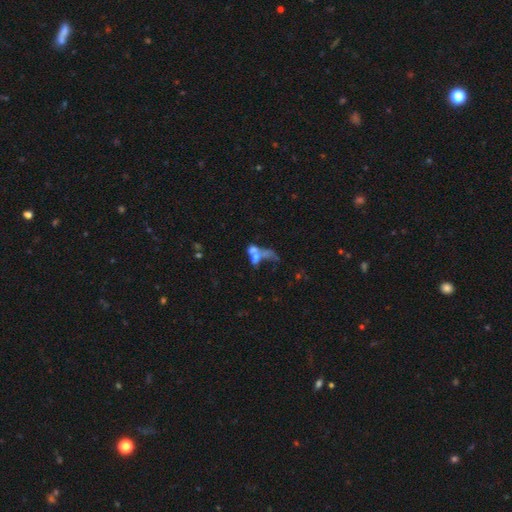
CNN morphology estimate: The model was most divided on "smooth or featured": smooth: 50%, featured or disk: 35%, star or artifact: 15%. More confident: merging — merger (61%).